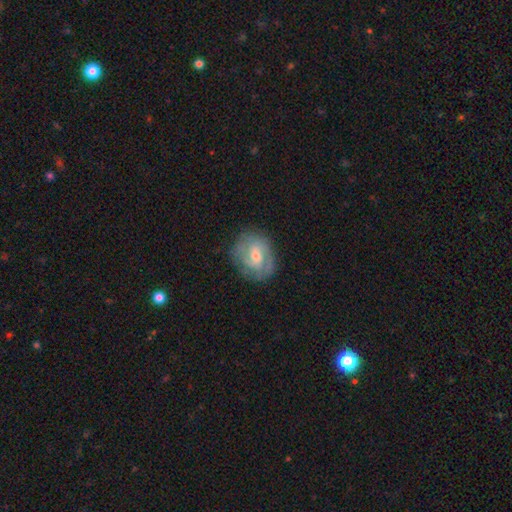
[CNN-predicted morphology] Smooth or featured?
  - featured or disk: 67% *
  - smooth: 26%
  - star or artifact: 6%
Edge-on disk?
  - no: 97% *
  - yes: 3%
Bar?
  - weak: 49% *
  - no: 39%
  - strong: 12%
Spiral arms?
  - yes: 82% *
  - no: 18%
Spiral winding?
  - tight: 47% *
  - medium: 39%
  - loose: 14%
Spiral arm count?
  - 2: 51% *
  - can't tell: 29%
  - 3: 10%
  - 1: 5%
  - 4: 3%
  - more than 4: 2%
Bulge size?
  - moderate: 50% *
  - small: 45%
  - large: 2%
  - none: 2%
  - dominant: 1%
Merging?
  - none: 75% *
  - minor disturbance: 17%
  - major disturbance: 6%
  - merger: 1%